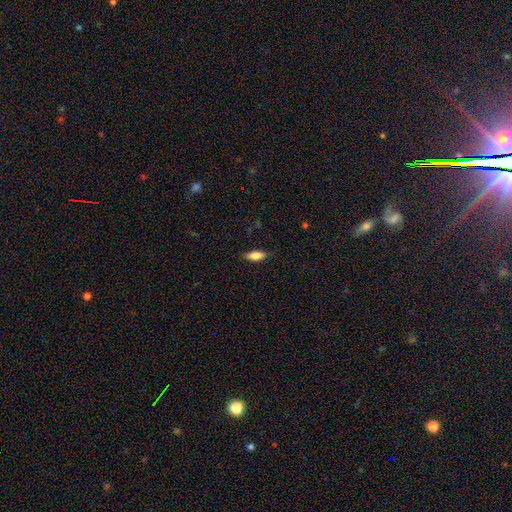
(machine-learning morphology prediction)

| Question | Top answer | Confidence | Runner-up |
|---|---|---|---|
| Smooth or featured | smooth | 81% | featured or disk (12%) |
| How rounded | in between | 78% | cigar-shaped (19%) |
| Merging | none | 84% | minor disturbance (12%) |